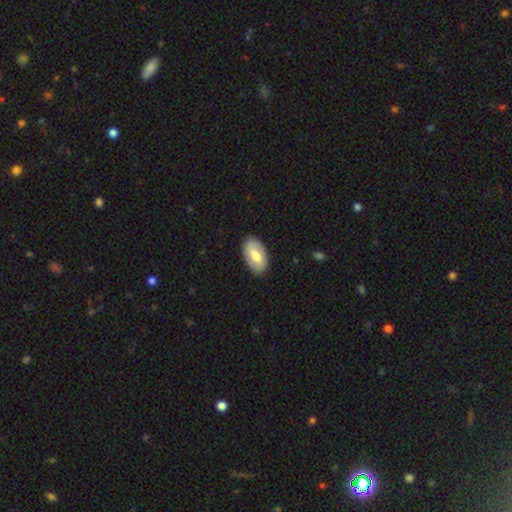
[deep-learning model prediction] smooth-or-featured: smooth: 60% | featured or disk: 34% | star or artifact: 6%
  how-rounded: in between: 94% | round: 4% | cigar-shaped: 2%
  merging: none: 86% | minor disturbance: 11% | major disturbance: 3% | merger: 1%